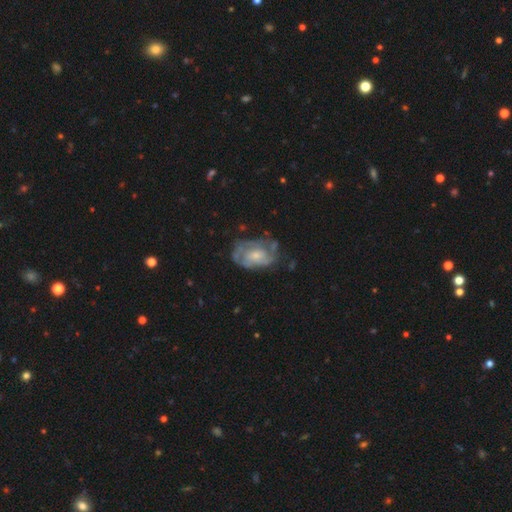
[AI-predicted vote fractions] smooth-or-featured: featured or disk: 73% | smooth: 21% | star or artifact: 6%
  disk-edge-on: no: 97% | yes: 3%
    bar: no: 73% | weak: 23% | strong: 4%
    has-spiral-arms: yes: 75% | no: 25%
      spiral-winding: tight: 49% | medium: 37% | loose: 14%
      spiral-arm-count: can't tell: 44% | 2: 28% | 3: 14% | 1: 5% | 4: 5% | more than 4: 3%
    bulge-size: small: 49% | moderate: 38% | none: 7% | large: 5% | dominant: 1%
  merging: none: 57% | minor disturbance: 25% | major disturbance: 16% | merger: 2%